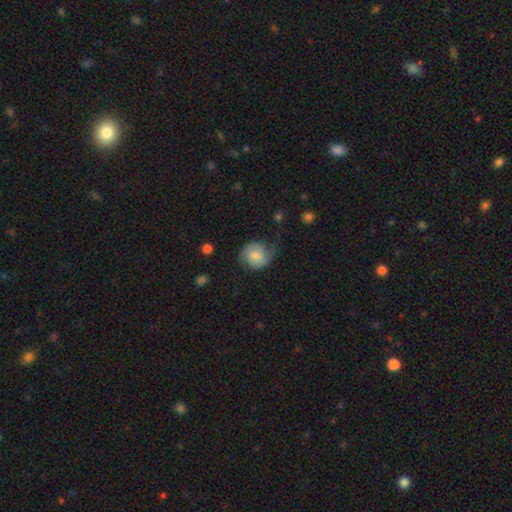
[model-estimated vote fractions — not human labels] smooth_or_featured: featured or disk (p=0.61) [alt: smooth p=0.32]
disk_edge_on: no (p=0.97) [alt: yes p=0.03]
bar: no (p=0.70) [alt: weak p=0.25]
has_spiral_arms: yes (p=0.91) [alt: no p=0.09]
spiral_winding: medium (p=0.40) [alt: tight p=0.33]
spiral_arm_count: 2 (p=0.82) [alt: can't tell p=0.08]
bulge_size: moderate (p=0.48) [alt: small p=0.41]
merging: none (p=0.57) [alt: minor disturbance p=0.25]